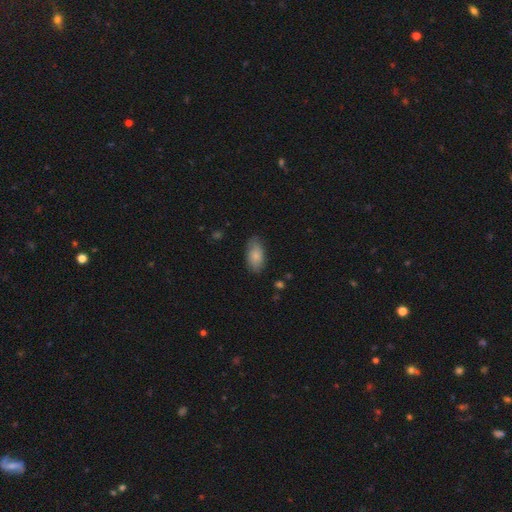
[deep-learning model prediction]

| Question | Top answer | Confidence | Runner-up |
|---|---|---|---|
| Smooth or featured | smooth | 82% | featured or disk (11%) |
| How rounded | in between | 92% | cigar-shaped (4%) |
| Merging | none | 75% | minor disturbance (20%) |